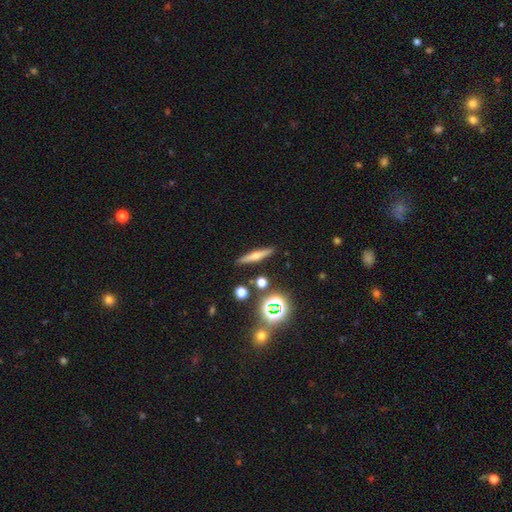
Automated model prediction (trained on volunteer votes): Q: Smooth or featured?
A: featured or disk (49%); runner-up: smooth (37%)
Q: Merging?
A: none (90%); runner-up: minor disturbance (6%)